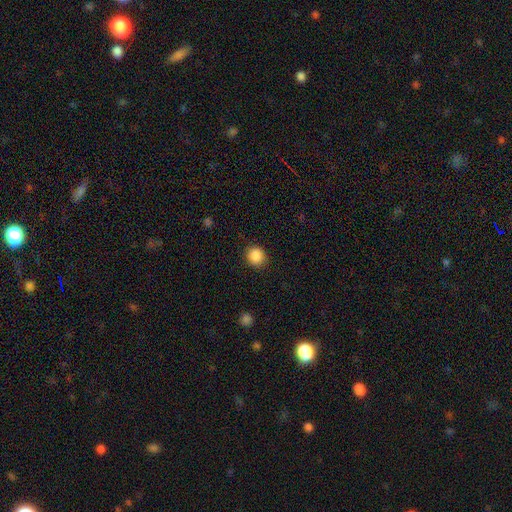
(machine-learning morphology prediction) smooth-or-featured: smooth: 88% | star or artifact: 9% | featured or disk: 3%
  how-rounded: round: 83% | in between: 16% | cigar-shaped: 1%
  merging: none: 88% | minor disturbance: 8% | major disturbance: 3% | merger: 1%